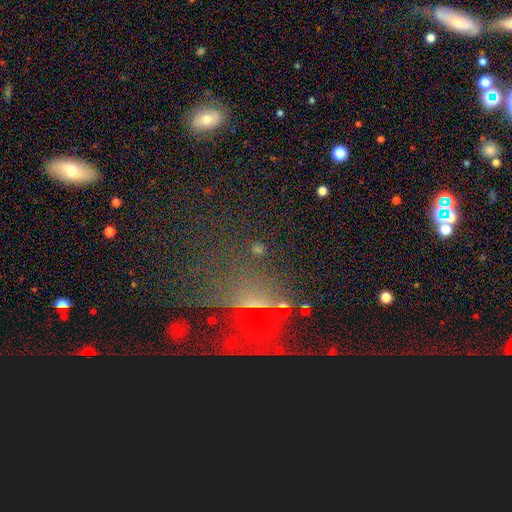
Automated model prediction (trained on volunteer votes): smooth-or-featured: star or artifact: 41% | featured or disk: 34% | smooth: 25%